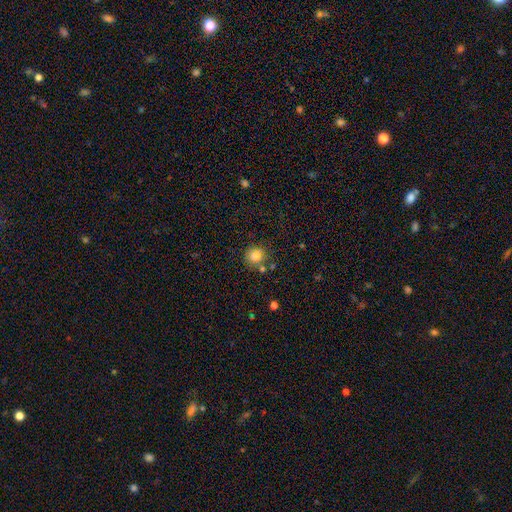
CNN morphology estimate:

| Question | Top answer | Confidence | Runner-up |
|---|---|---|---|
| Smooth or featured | smooth | 82% | star or artifact (11%) |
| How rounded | round | 81% | in between (18%) |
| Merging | none | 72% | minor disturbance (13%) |